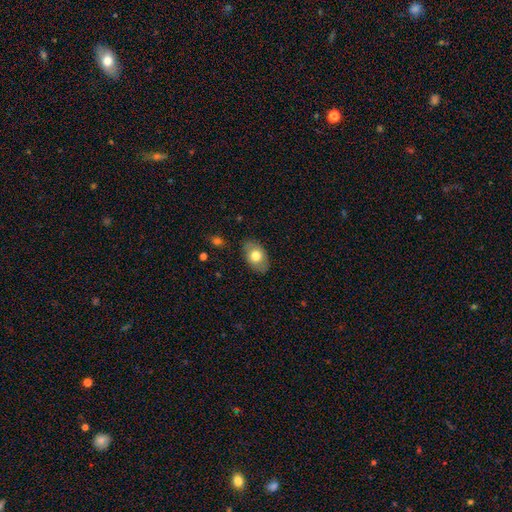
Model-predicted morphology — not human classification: Smooth or featured? smooth (72%)
How rounded? in between (87%)
Merging? none (84%)